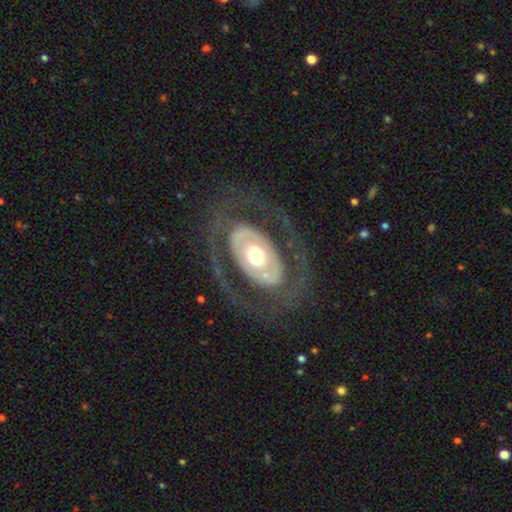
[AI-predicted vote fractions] smooth_or_featured: featured or disk (p=0.70) [alt: smooth p=0.25]
disk_edge_on: no (p=0.90) [alt: yes p=0.10]
bar: no (p=0.81) [alt: weak p=0.11]
has_spiral_arms: no (p=0.69) [alt: yes p=0.31]
bulge_size: moderate (p=0.56) [alt: large p=0.32]
merging: none (p=0.74) [alt: major disturbance p=0.13]